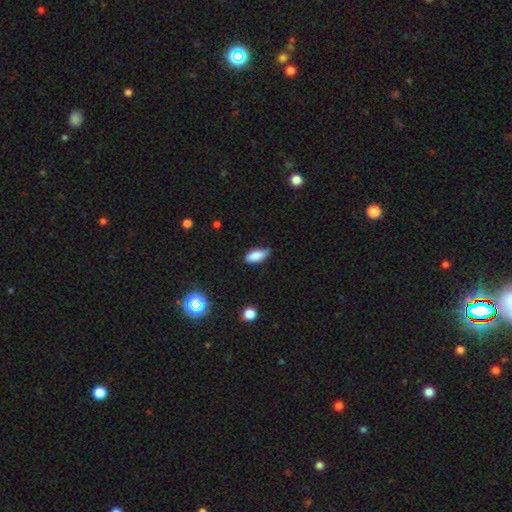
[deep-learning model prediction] Smooth or featured? Predicted: smooth (p=0.85). How rounded? Predicted: in between (p=0.88). Merging? Predicted: none (p=0.70).